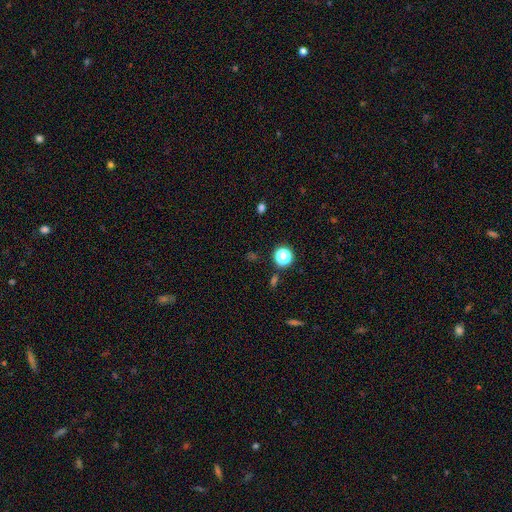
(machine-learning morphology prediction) smooth-or-featured: star or artifact: 58% | smooth: 34% | featured or disk: 9%